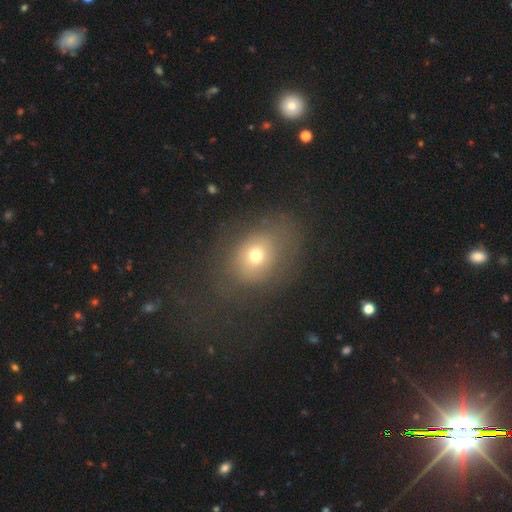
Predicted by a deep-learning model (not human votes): Smooth or featured? Predicted: smooth (p=0.66). How rounded? Predicted: round (p=0.52). Merging? Predicted: none (p=0.61).